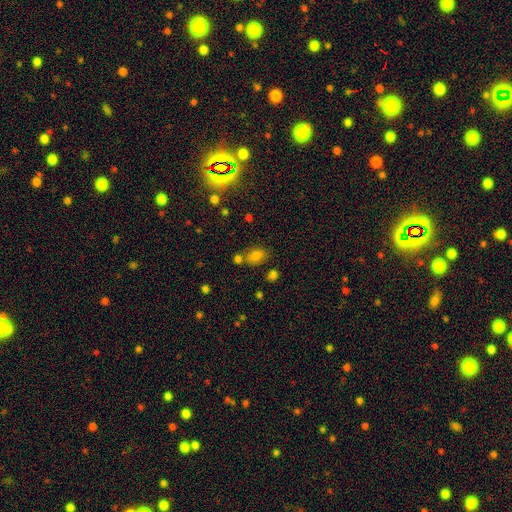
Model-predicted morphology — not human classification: A smooth galaxy with no disk features (76%) that is in between round and cigar-shaped (85%).

Vote fractions:
- Smooth or featured? smooth: 76% / star or artifact: 15% / featured or disk: 9%
- How rounded? in between: 85% / round: 13% / cigar-shaped: 2%
- Merging? none: 65% / merger: 17% / minor disturbance: 14% / major disturbance: 5%